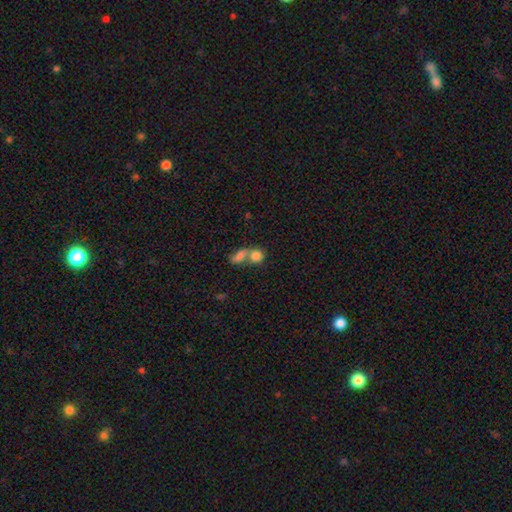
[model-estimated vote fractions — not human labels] Smooth or featured?
  - smooth: 80% *
  - featured or disk: 11%
  - star or artifact: 9%
How rounded?
  - round: 69% *
  - in between: 28%
  - cigar-shaped: 3%
Merging?
  - merger: 63% *
  - none: 26%
  - minor disturbance: 6%
  - major disturbance: 4%